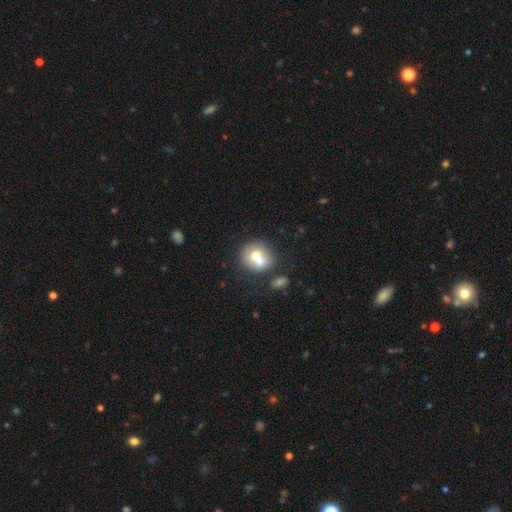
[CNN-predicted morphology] A smooth galaxy with no disk features (64%) that is round (83%).

Vote fractions:
- Smooth or featured? smooth: 64% / featured or disk: 26% / star or artifact: 9%
- How rounded? round: 83% / in between: 16% / cigar-shaped: 1%
- Merging? merger: 47% / none: 40% / minor disturbance: 9% / major disturbance: 4%